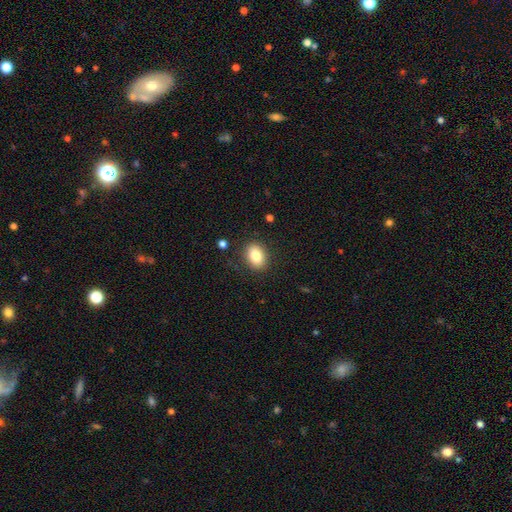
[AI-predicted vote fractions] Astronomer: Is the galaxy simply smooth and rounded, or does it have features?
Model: smooth — 83%.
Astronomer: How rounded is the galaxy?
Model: in between — 69%.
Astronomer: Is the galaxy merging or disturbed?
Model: none — 87%.